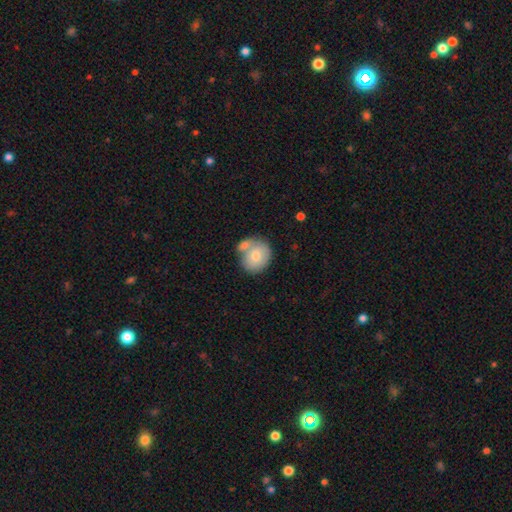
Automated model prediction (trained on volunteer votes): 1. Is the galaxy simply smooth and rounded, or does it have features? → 73% smooth, 21% featured or disk, 7% star or artifact.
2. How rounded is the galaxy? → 77% round, 23% in between, 1% cigar-shaped.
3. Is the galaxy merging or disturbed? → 43% none, 39% merger, 14% minor disturbance, 4% major disturbance.